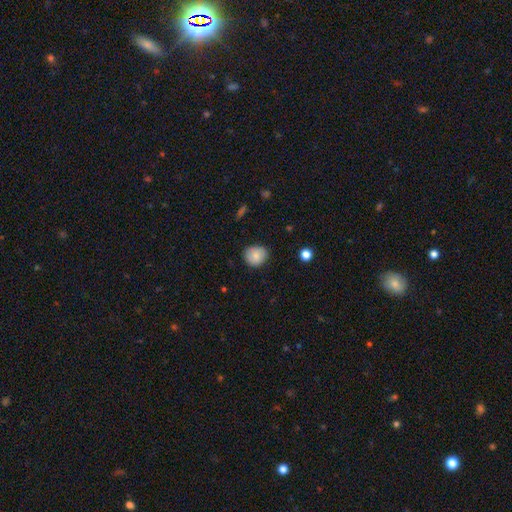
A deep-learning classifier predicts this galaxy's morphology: This is clearly a smooth galaxy (82%). How rounded: likely round (77%). Merging: likely none (78%).